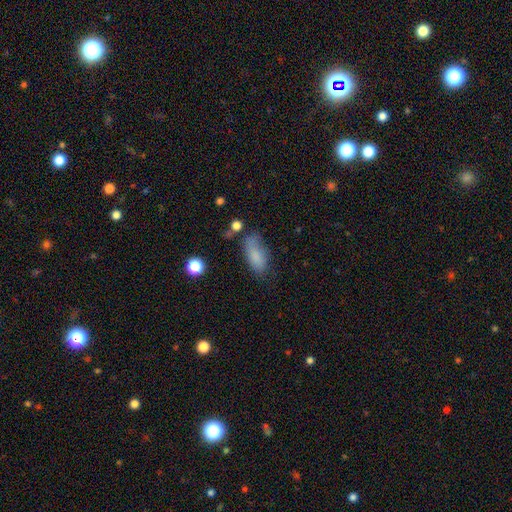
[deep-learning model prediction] smooth_or_featured: smooth (p=0.80) [alt: featured or disk p=0.10]
how_rounded: in between (p=0.86) [alt: cigar-shaped p=0.11]
merging: none (p=0.58) [alt: minor disturbance p=0.28]